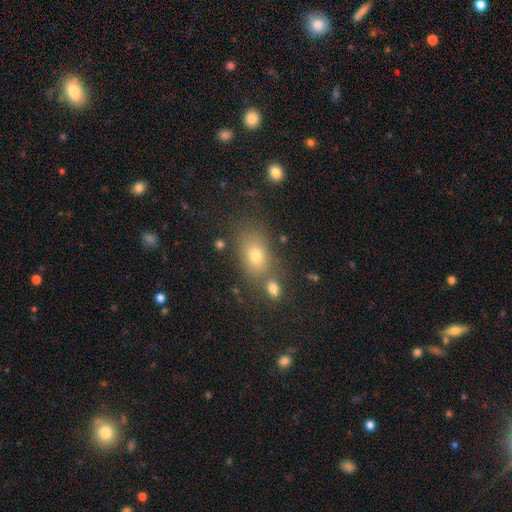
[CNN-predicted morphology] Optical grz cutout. It shows a smooth galaxy with no disk features (73%) that is in between round and cigar-shaped (79%). Merging: none (65%).